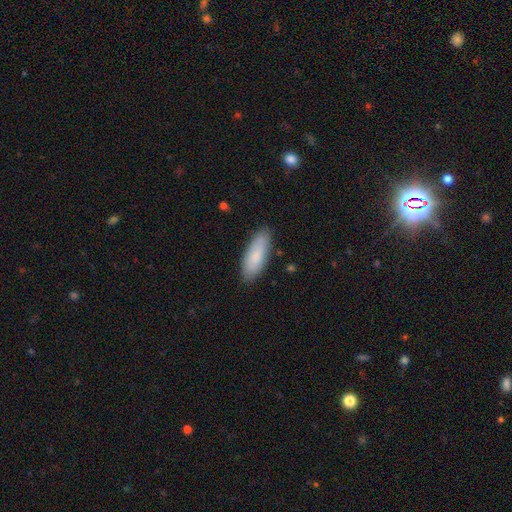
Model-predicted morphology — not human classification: Smooth or featured? smooth (84%)
How rounded? in between (68%)
Merging? none (85%)